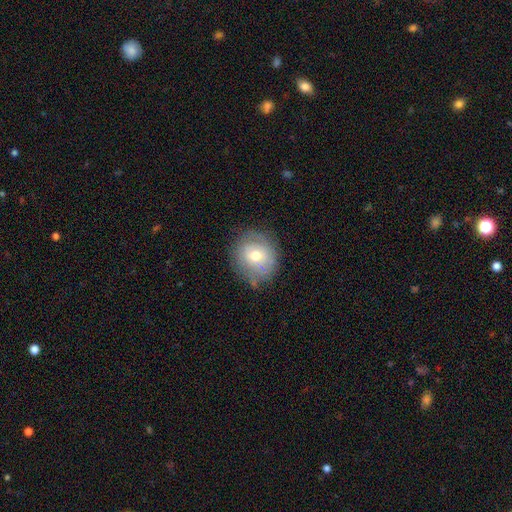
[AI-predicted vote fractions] Morphology: type=smooth (54%); roundness=round (79%); merging=none (73%).